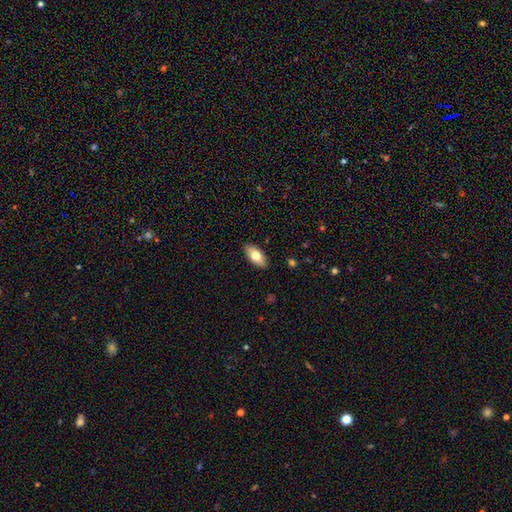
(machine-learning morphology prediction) smooth_or_featured: smooth (p=0.72) [alt: featured or disk p=0.22]
how_rounded: in between (p=0.89) [alt: cigar-shaped p=0.08]
merging: none (p=0.88) [alt: minor disturbance p=0.09]